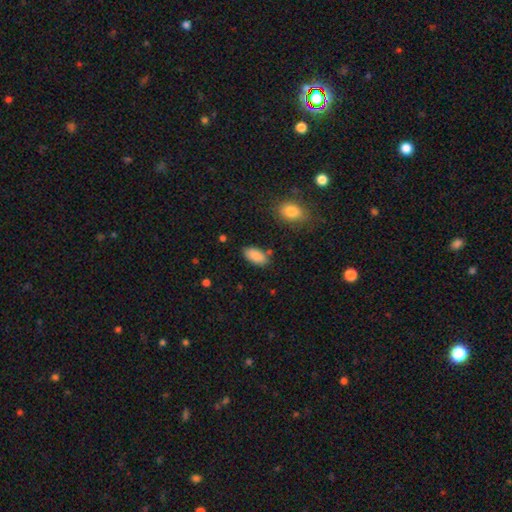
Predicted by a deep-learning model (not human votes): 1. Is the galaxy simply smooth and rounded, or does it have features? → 88% smooth, 7% star or artifact, 5% featured or disk.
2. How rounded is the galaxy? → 94% in between, 4% cigar-shaped, 2% round.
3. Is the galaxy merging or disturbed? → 81% none, 13% minor disturbance, 3% merger, 3% major disturbance.